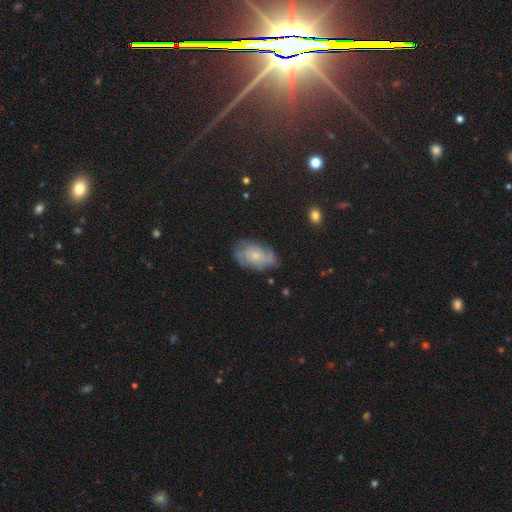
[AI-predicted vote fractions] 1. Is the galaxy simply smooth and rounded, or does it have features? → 52% featured or disk, 38% smooth, 9% star or artifact.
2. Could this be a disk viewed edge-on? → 94% no, 6% yes.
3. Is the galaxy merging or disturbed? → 65% none, 25% minor disturbance, 8% major disturbance, 2% merger.